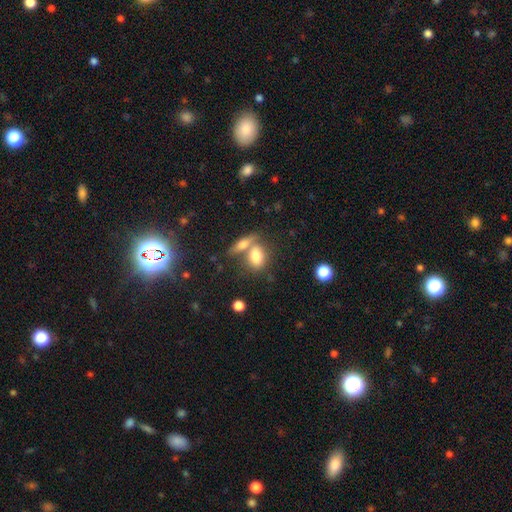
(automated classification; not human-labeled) Q: Smooth or featured?
A: smooth (79%); runner-up: featured or disk (13%)
Q: How rounded?
A: in between (79%); runner-up: round (15%)
Q: Merging?
A: merger (46%); runner-up: none (39%)